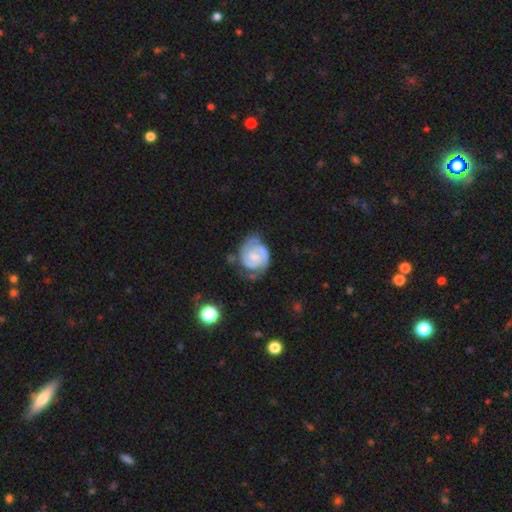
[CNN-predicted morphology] Smooth or featured? featured or disk (86%)
Edge-on disk? no (98%)
Bar? weak (50%)
Spiral arms? yes (97%)
Spiral winding? tight (65%)
Spiral arm count? 2 (78%)
Bulge size? small (50%)
Merging? none (62%)